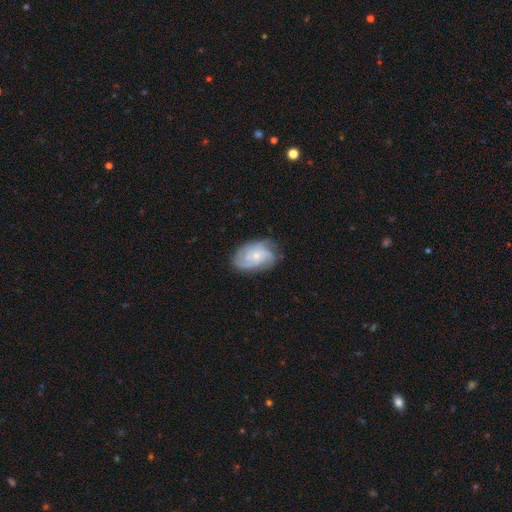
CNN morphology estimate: A featured or disk galaxy (76%) with no bar (75%), 3 (44%) tight (50%) spiral arms (95%) and a small central bulge (61%).

Vote fractions:
- Smooth or featured? featured or disk: 76% / smooth: 18% / star or artifact: 6%
- Edge-on disk? no: 97% / yes: 3%
- Bar? no: 75% / weak: 22% / strong: 3%
- Spiral arms? yes: 95% / no: 5%
- Spiral winding? tight: 50% / medium: 39% / loose: 11%
- Spiral arm count? 3: 44% / can't tell: 19% / 2: 16% / 4: 12% / 1: 4% / more than 4: 4%
- Bulge size? small: 61% / moderate: 34% / none: 2% / large: 1% / dominant: 1%
- Merging? none: 71% / minor disturbance: 22% / major disturbance: 7% / merger: 1%